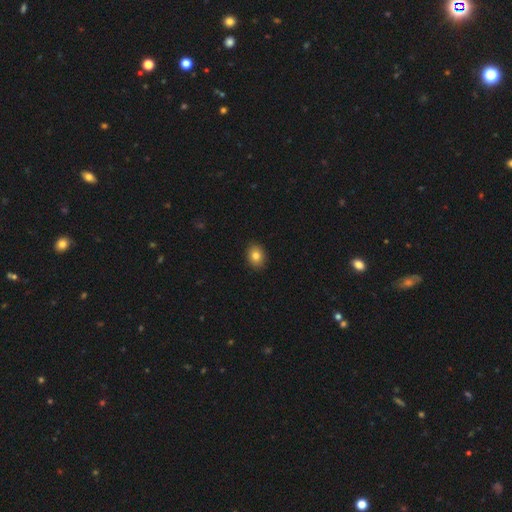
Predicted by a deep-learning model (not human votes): This is clearly a smooth galaxy (82%). How rounded: possibly in between (56%). Merging: clearly none (91%).